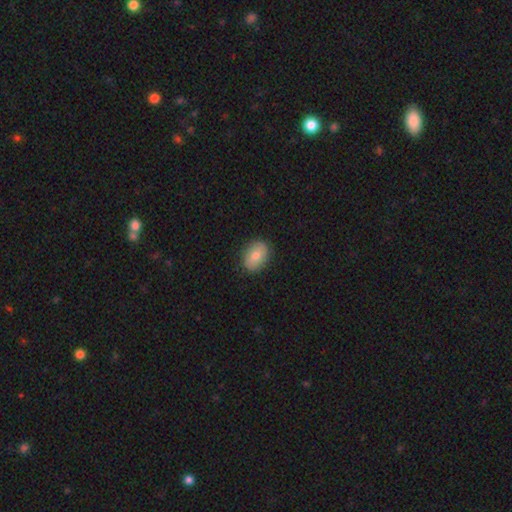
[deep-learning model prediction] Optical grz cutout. It shows a smooth galaxy with no disk features (75%) that is in between round and cigar-shaped (71%). Merging: none (87%).